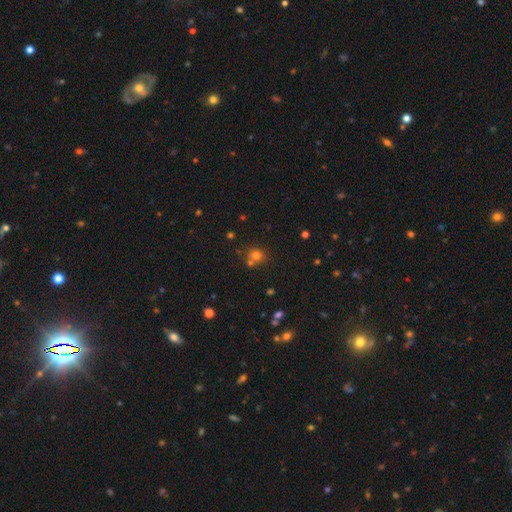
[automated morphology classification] Smooth or featured? smooth (71%)
How rounded? round (83%)
Merging? none (62%)